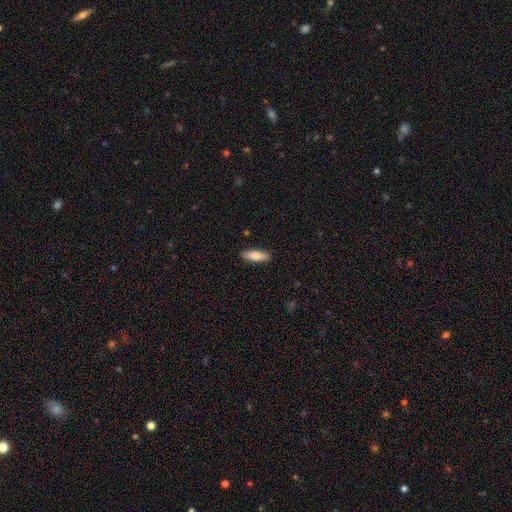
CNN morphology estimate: Smooth or featured? Predicted: smooth (p=0.80). How rounded? Predicted: cigar-shaped (p=0.52). Merging? Predicted: none (p=0.89).